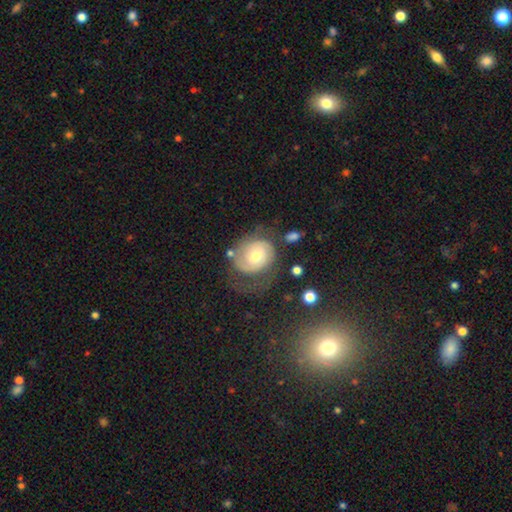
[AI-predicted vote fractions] Morphology: type=featured or disk (64%); edge-on=no (97%); bar=no (63%); spiral arms=yes (85%); winding=tight (47%); arm count=2 (54%); bulge=moderate (66%); merging=none (46%).